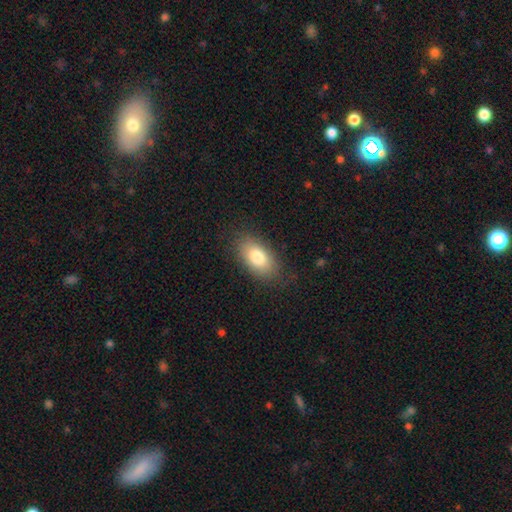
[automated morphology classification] Smooth or featured? Predicted: smooth (p=0.80). How rounded? Predicted: in between (p=0.91). Merging? Predicted: none (p=0.84).